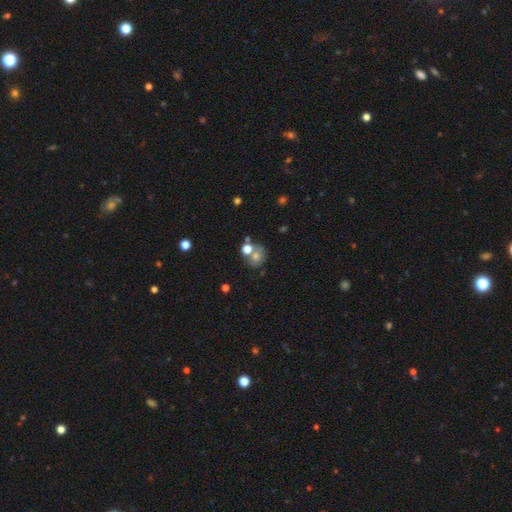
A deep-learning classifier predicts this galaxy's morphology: Q: Smooth or featured?
A: smooth (61%); runner-up: featured or disk (20%)
Q: How rounded?
A: round (77%); runner-up: in between (22%)
Q: Merging?
A: none (53%); runner-up: merger (28%)